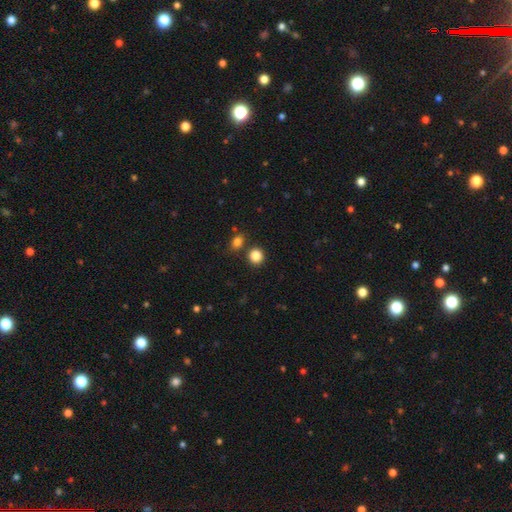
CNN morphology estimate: smooth 85%, star or artifact 11%, featured or disk 4%. Down the decision tree: how rounded — round (87%); merging — none (80%).